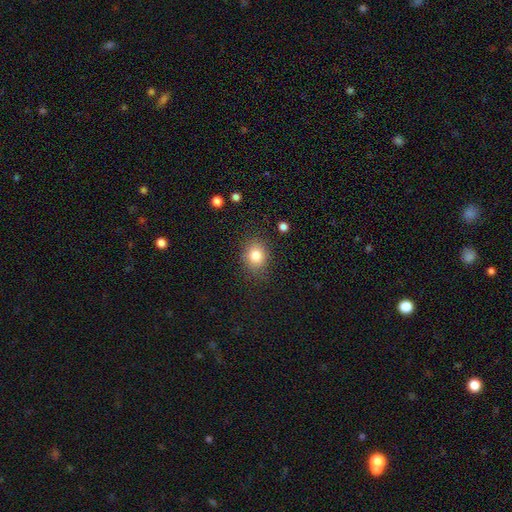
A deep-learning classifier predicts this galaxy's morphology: This appears to be a smooth galaxy with no disk features (81%) that is round (63%). Merging: none (83%).